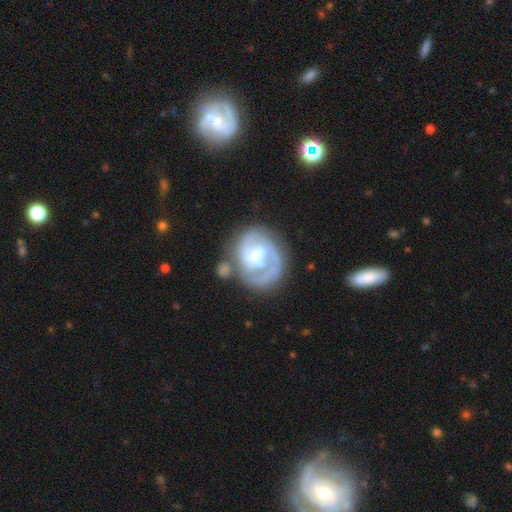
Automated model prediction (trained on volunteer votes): Smooth or featured? Predicted: featured or disk (p=0.83). Edge-on disk? Predicted: no (p=0.98). Bar? Predicted: weak (p=0.52). Spiral arms? Predicted: yes (p=0.91). Spiral winding? Predicted: tight (p=0.47). Spiral arm count? Predicted: 2 (p=0.60). Bulge size? Predicted: moderate (p=0.49). Merging? Predicted: none (p=0.55).